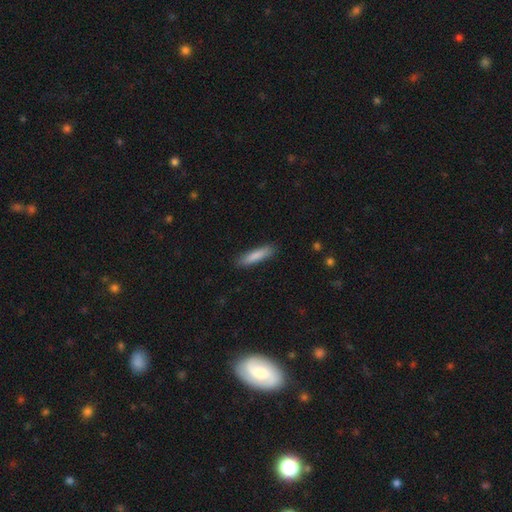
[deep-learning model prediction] Smooth or featured? Predicted: smooth (p=0.85). How rounded? Predicted: cigar-shaped (p=0.81). Merging? Predicted: none (p=0.87).